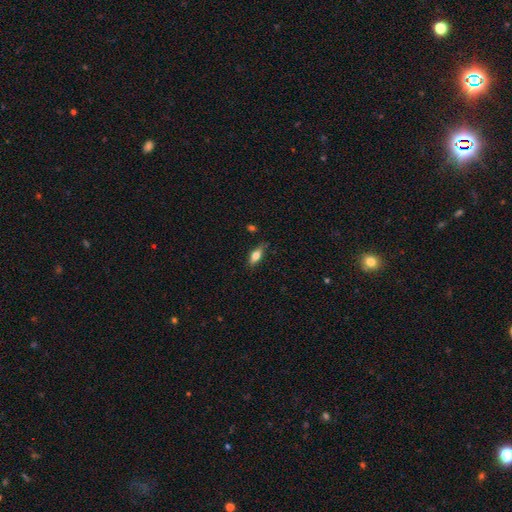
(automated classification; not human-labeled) This is likely a smooth galaxy (69%). How rounded: likely in between (73%). Merging: likely none (76%).